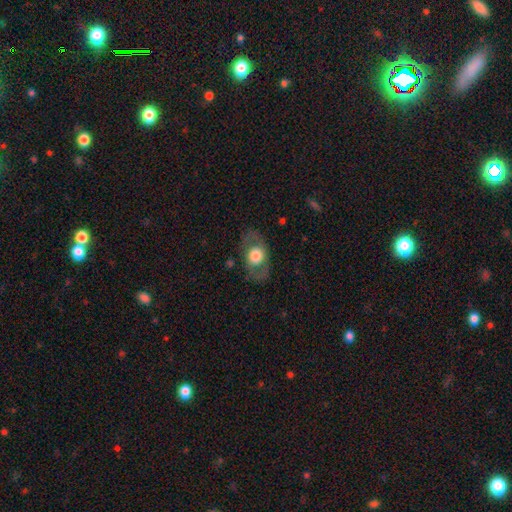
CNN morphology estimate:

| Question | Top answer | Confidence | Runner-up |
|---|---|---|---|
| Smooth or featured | smooth | 53% | featured or disk (41%) |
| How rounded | in between | 68% | round (30%) |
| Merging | none | 79% | minor disturbance (13%) |